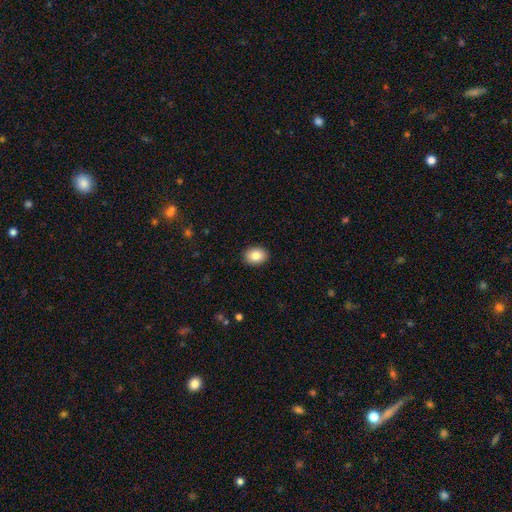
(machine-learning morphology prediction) smooth 85%, star or artifact 8%, featured or disk 7%. Down the decision tree: how rounded — in between (69%); merging — none (91%).